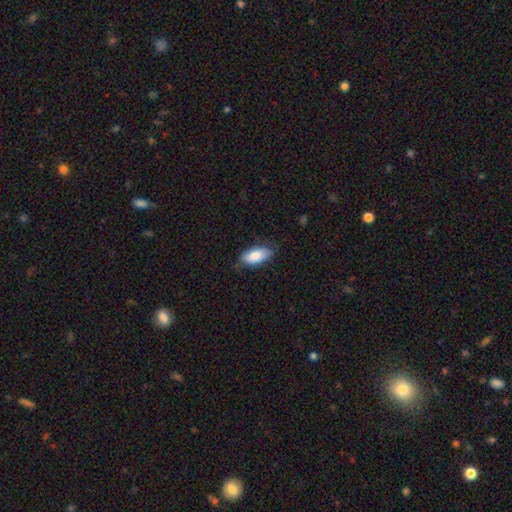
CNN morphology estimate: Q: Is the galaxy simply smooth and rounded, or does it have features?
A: smooth — 85%.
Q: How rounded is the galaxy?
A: in between — 91%.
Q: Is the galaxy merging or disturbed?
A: none — 75%.